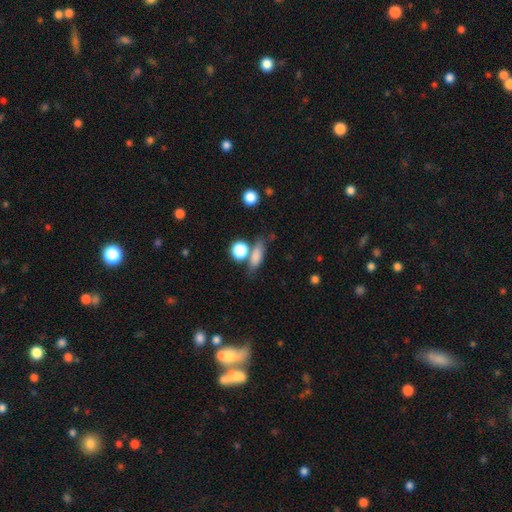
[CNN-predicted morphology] A smooth galaxy with no disk features (79%) that is in between round and cigar-shaped (52%). Merging: none (61%).